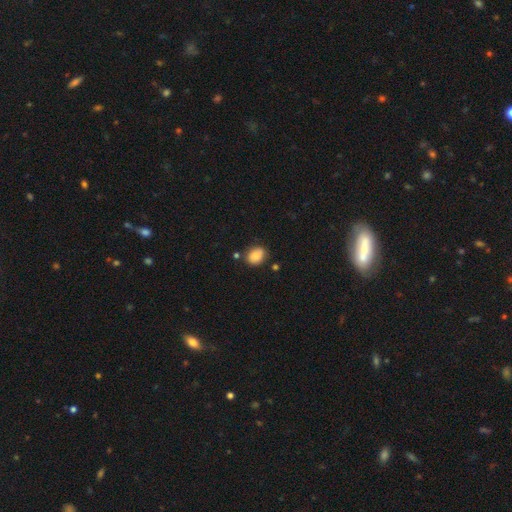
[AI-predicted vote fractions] Q: Smooth or featured?
A: smooth (86%); runner-up: star or artifact (8%)
Q: How rounded?
A: in between (57%); runner-up: round (42%)
Q: Merging?
A: none (72%); runner-up: minor disturbance (18%)